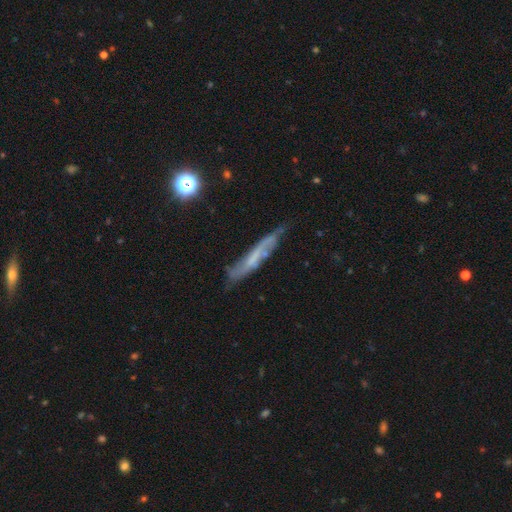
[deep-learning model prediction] Smooth or featured?
  - featured or disk: 57% *
  - smooth: 33%
  - star or artifact: 10%
Edge-on disk?
  - yes: 57% *
  - no: 43%
Merging?
  - none: 61% *
  - minor disturbance: 27%
  - major disturbance: 9%
  - merger: 3%